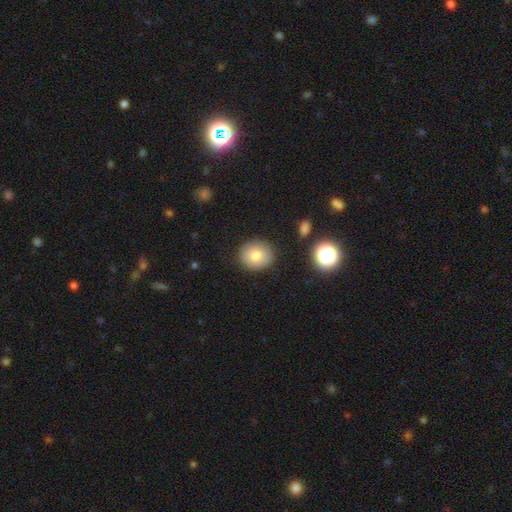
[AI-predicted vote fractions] This appears to be a smooth galaxy with no disk features (79%) that is round (79%). Merging: none (88%).